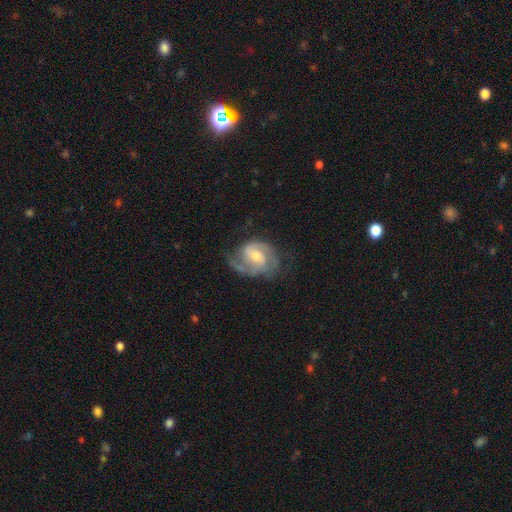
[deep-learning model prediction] Morphology: type=featured or disk (86%); edge-on=no (98%); bar=weak (49%); spiral arms=yes (96%); winding=medium (48%); arm count=2 (77%); bulge=moderate (58%); merging=none (62%).